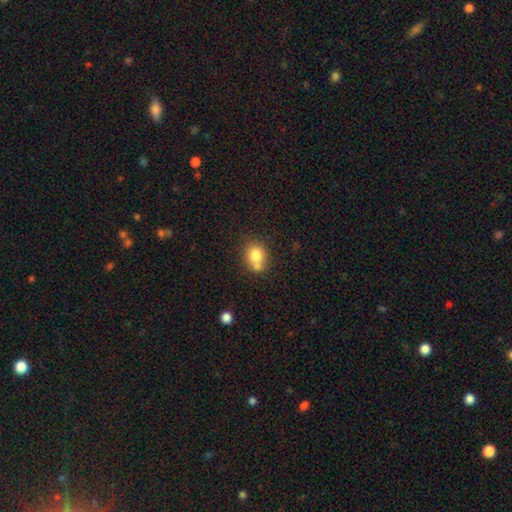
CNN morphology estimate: Smooth or featured?
  - smooth: 77% *
  - featured or disk: 13%
  - star or artifact: 10%
How rounded?
  - round: 69% *
  - in between: 30%
  - cigar-shaped: 1%
Merging?
  - none: 45% *
  - merger: 38%
  - minor disturbance: 12%
  - major disturbance: 4%